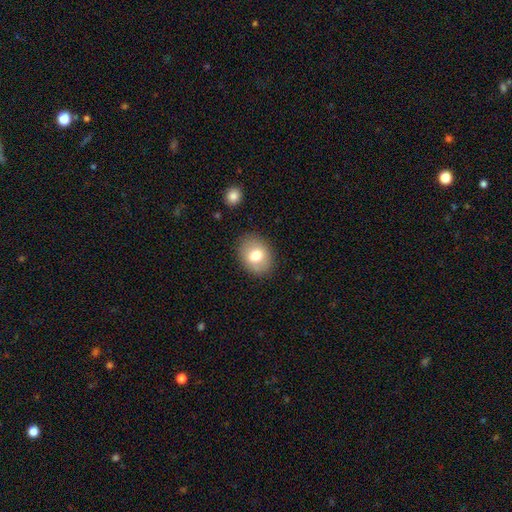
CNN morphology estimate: This is likely a smooth galaxy (75%). How rounded: possibly in between (57%). Merging: clearly none (85%).